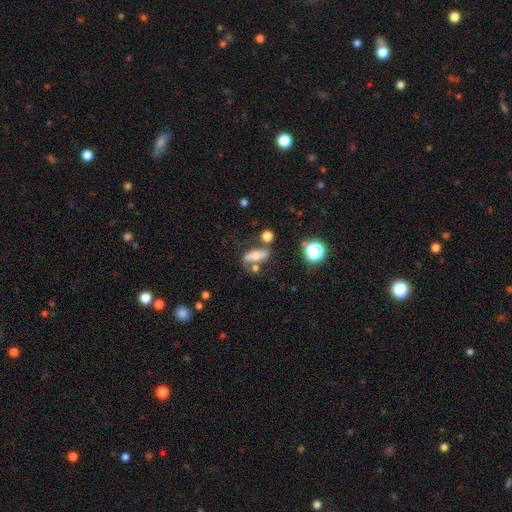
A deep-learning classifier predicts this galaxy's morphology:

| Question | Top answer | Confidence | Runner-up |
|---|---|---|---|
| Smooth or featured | smooth | 51% | featured or disk (37%) |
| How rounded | in between | 63% | cigar-shaped (28%) |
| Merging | none | 55% | merger (18%) |